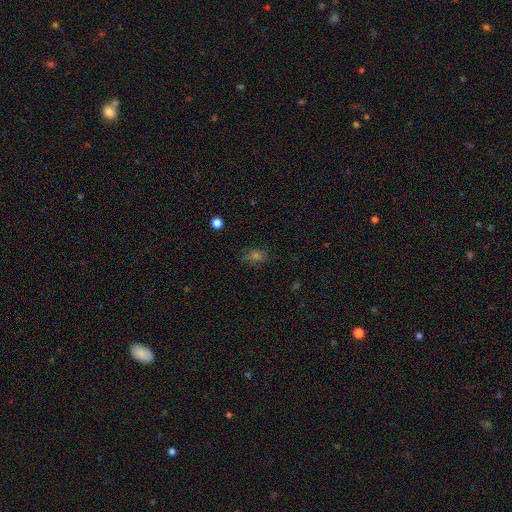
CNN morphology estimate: A smooth galaxy with no disk features (58%) that is in between round and cigar-shaped (64%). Merging: none (77%).